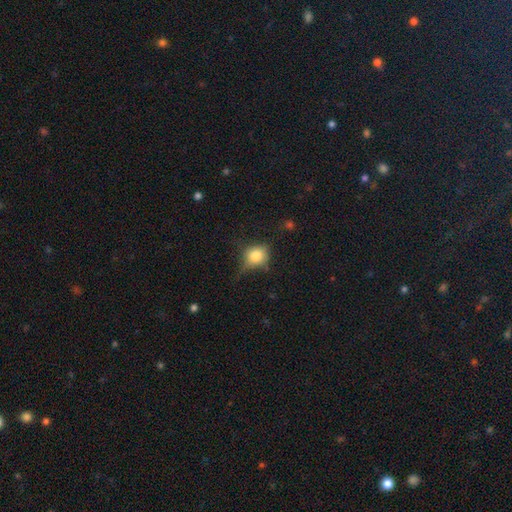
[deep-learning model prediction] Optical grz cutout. It shows a smooth galaxy with no disk features (73%) that is round (70%). Merging: none (54%).